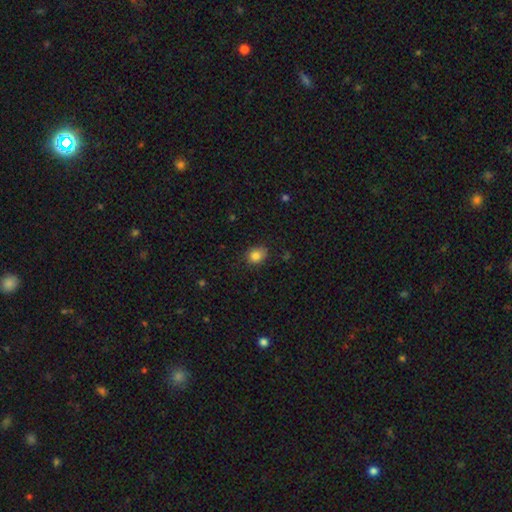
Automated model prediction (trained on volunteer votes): Smooth or featured?
  - smooth: 84% *
  - star or artifact: 10%
  - featured or disk: 6%
How rounded?
  - round: 58% *
  - in between: 41%
  - cigar-shaped: 1%
Merging?
  - none: 77% *
  - minor disturbance: 18%
  - major disturbance: 4%
  - merger: 1%